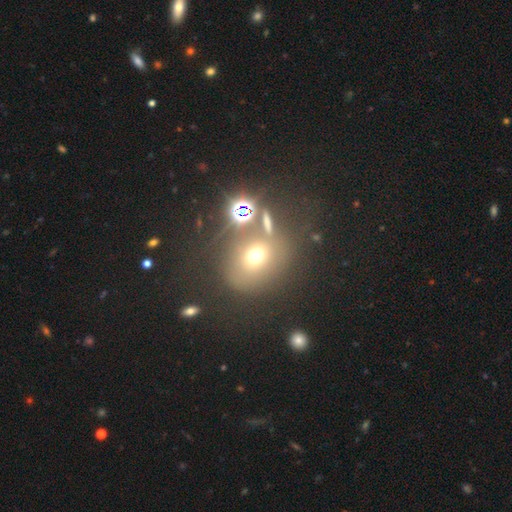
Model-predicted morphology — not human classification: Smooth or featured?
  - smooth: 60% *
  - star or artifact: 25%
  - featured or disk: 15%
How rounded?
  - round: 68% *
  - in between: 31%
  - cigar-shaped: 2%
Merging?
  - none: 65% *
  - merger: 13%
  - minor disturbance: 13%
  - major disturbance: 9%